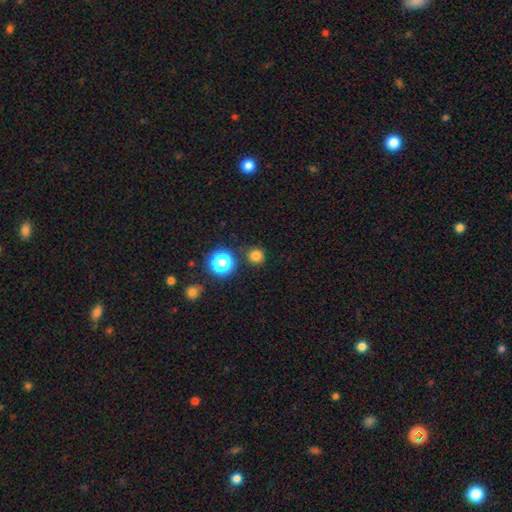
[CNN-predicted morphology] A smooth galaxy with no disk features (77%) that is round (94%). Merging: none (88%).